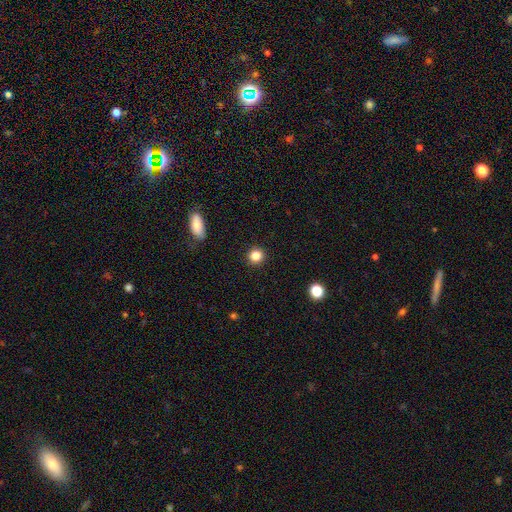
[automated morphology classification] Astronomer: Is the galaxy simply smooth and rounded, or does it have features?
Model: smooth — 84%.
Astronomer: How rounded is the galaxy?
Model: round — 93%.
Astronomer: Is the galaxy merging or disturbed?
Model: none — 93%.